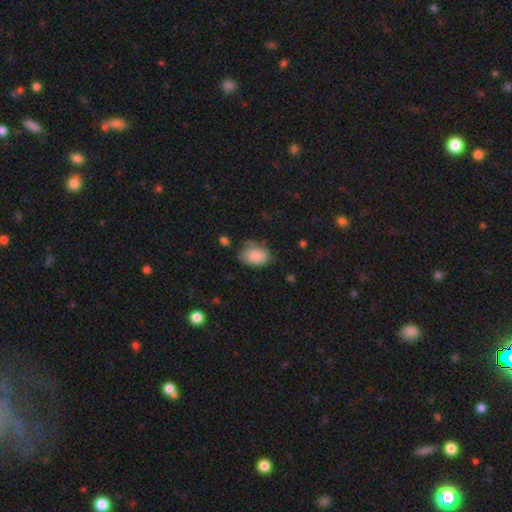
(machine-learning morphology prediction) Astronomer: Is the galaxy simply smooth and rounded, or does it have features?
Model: smooth — 85%.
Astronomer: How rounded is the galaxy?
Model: in between — 80%.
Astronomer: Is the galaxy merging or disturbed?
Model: none — 57%.